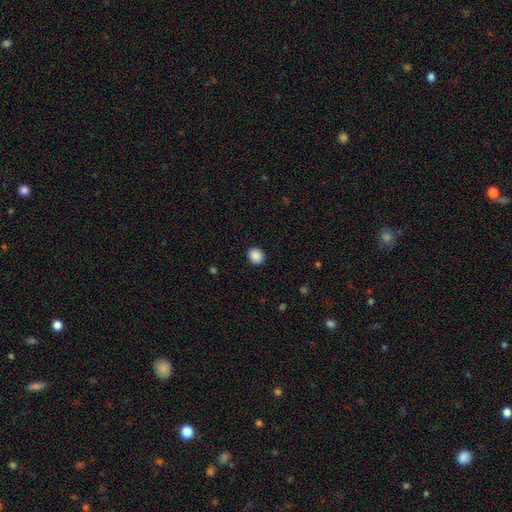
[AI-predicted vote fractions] The model was most divided on "how rounded": round: 71%, in between: 28%, cigar-shaped: 1%. More confident: merging — none (91%); smooth or featured — smooth (89%).